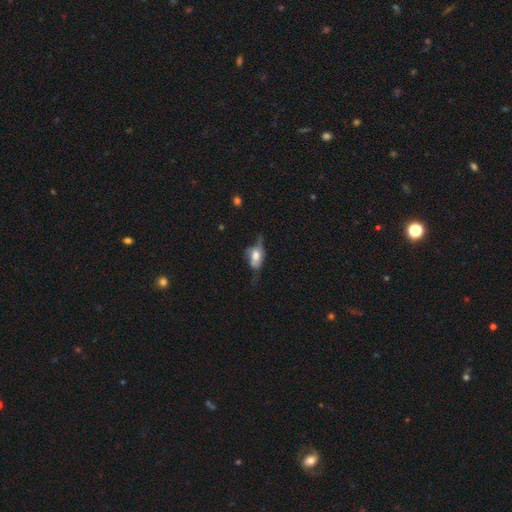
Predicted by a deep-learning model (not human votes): Q: Smooth or featured?
A: smooth (49%); runner-up: featured or disk (41%)
Q: Merging?
A: major disturbance (33%); runner-up: none (32%)